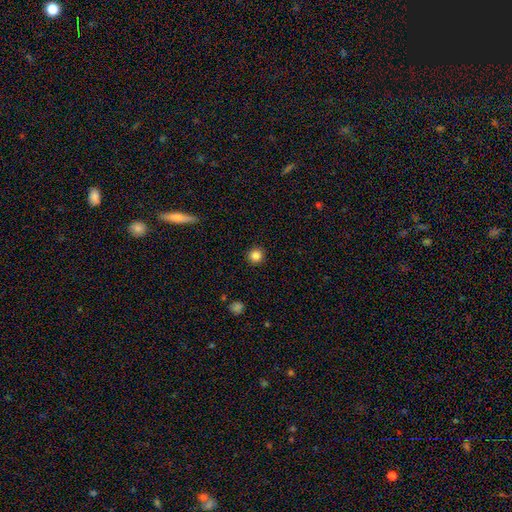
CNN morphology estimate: Smooth or featured: smooth — 85% (star or artifact — 11%)
How rounded: round — 95% (in between — 4%)
Merging: none — 93% (minor disturbance — 5%)